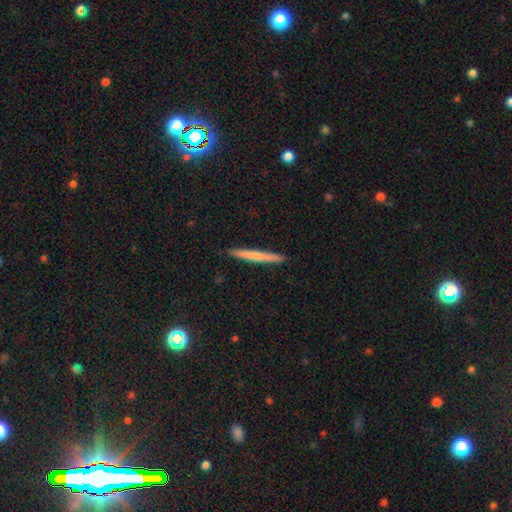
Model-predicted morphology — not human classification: Smooth or featured? smooth (58%)
How rounded? cigar-shaped (97%)
Merging? none (91%)